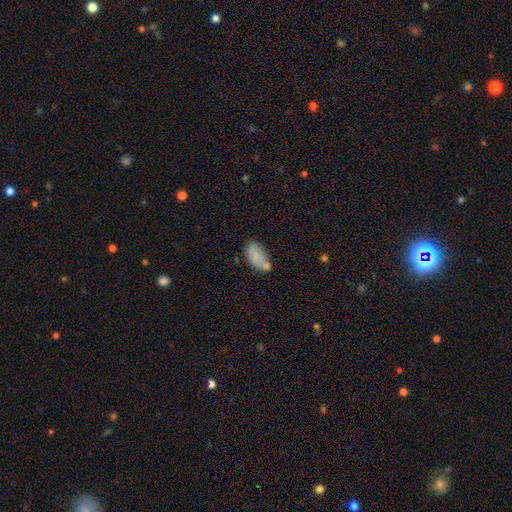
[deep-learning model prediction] Smooth or featured: smooth — 75% (featured or disk — 16%)
How rounded: in between — 93% (cigar-shaped — 4%)
Merging: none — 47% (minor disturbance — 26%)